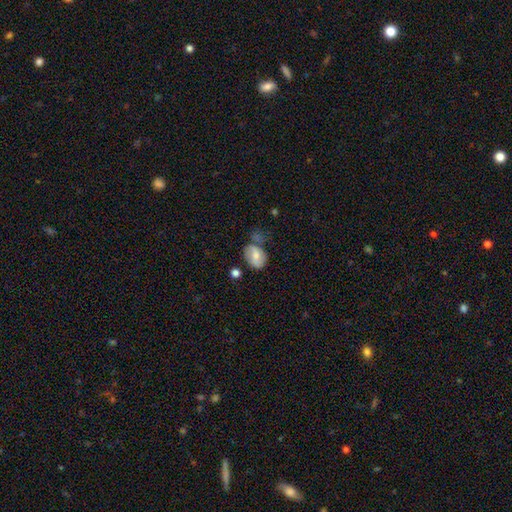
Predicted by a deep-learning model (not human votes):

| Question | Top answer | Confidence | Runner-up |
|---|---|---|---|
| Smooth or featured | smooth | 67% | featured or disk (24%) |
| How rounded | in between | 78% | round (21%) |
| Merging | none | 46% | minor disturbance (28%) |